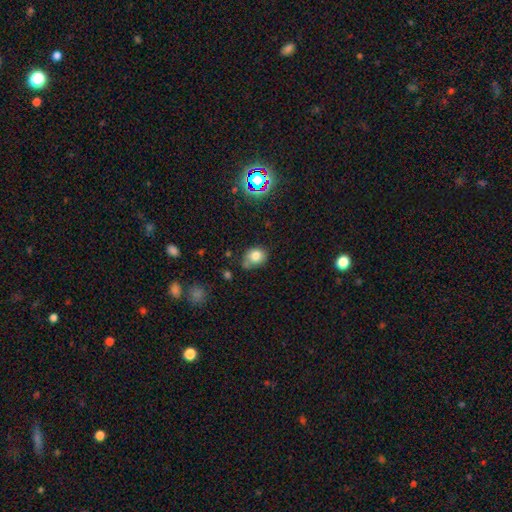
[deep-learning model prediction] smooth_or_featured: smooth (p=0.78) [alt: star or artifact p=0.13]
how_rounded: round (p=0.54) [alt: in between p=0.45]
merging: none (p=0.53) [alt: minor disturbance p=0.31]